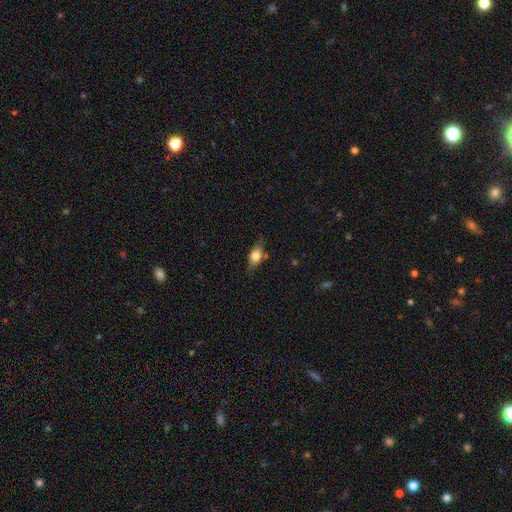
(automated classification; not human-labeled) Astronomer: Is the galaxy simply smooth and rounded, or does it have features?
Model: smooth — 66%.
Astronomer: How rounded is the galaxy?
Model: in between — 75%.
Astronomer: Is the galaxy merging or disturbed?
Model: none — 74%.